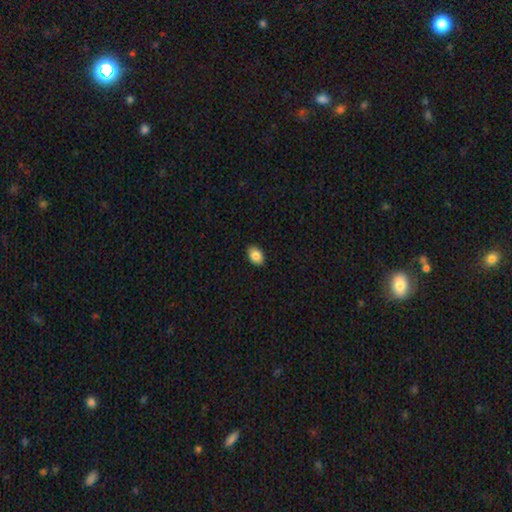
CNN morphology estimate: Overall: smooth (86%). How rounded: in between (84%). Merging: none (90%).